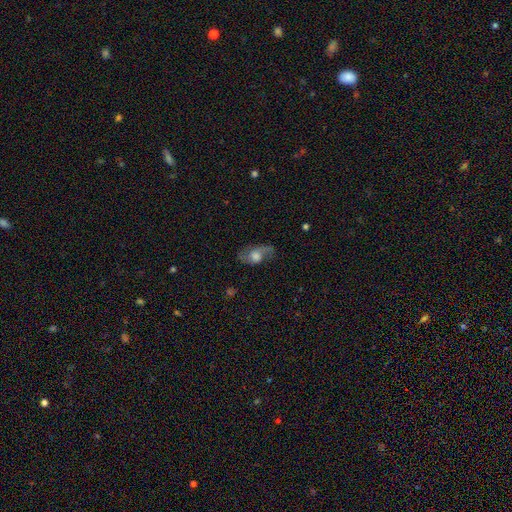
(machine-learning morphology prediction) Overall: featured or disk (59%; smooth 32%). Edge-on disk: no (88%). Bar: no (67%; weak 28%). Spiral arms: yes (82%). Bulge size: large (48%; moderate 31%). Merging: none (62%).